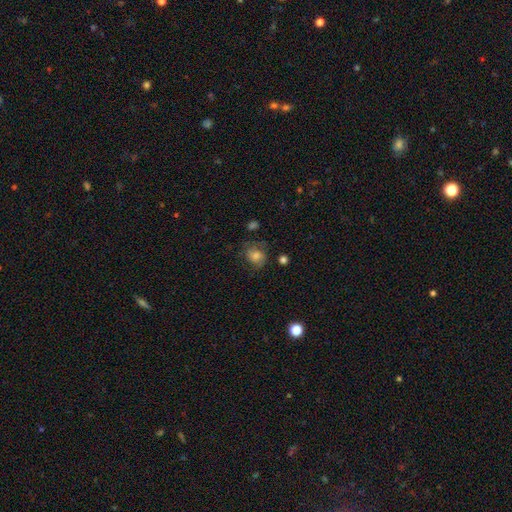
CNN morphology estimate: This is possibly a smooth galaxy (45%). Merging: likely none (63%).